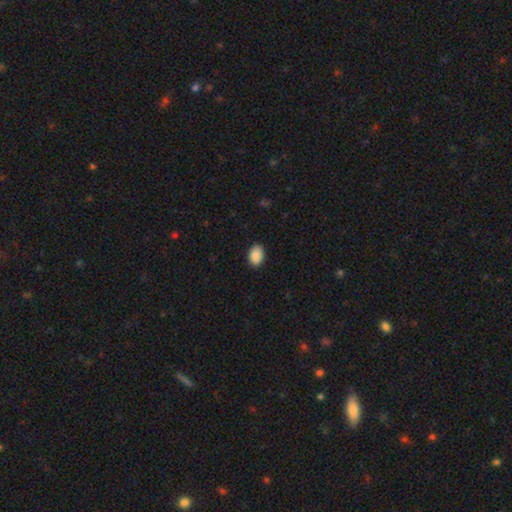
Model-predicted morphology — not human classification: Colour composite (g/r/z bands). It shows a smooth galaxy with no disk features (90%) that is in between round and cigar-shaped (83%). Merging: none (87%).